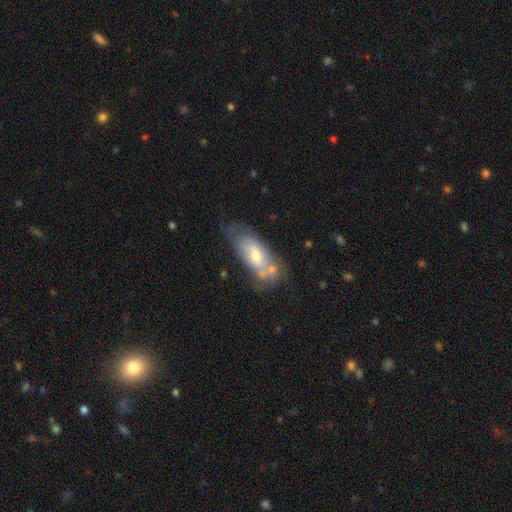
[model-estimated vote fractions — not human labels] Q: Smooth or featured?
A: featured or disk (50%); runner-up: smooth (42%)
Q: Edge-on disk?
A: no (84%); runner-up: yes (16%)
Q: Merging?
A: none (42%); runner-up: minor disturbance (25%)